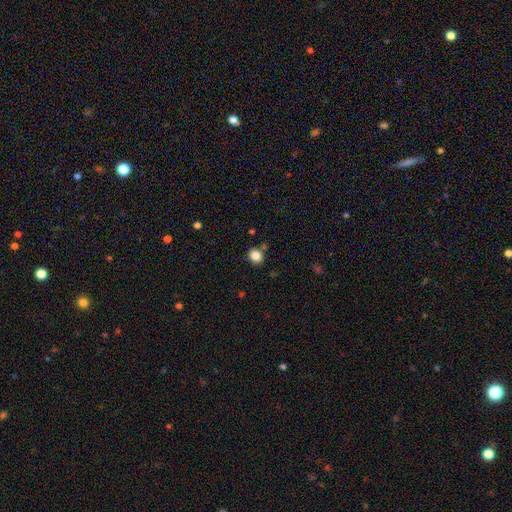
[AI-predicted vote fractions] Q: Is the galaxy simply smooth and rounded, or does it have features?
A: smooth — 84%.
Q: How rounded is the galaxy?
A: round — 67%.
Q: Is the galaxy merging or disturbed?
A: none — 80%.